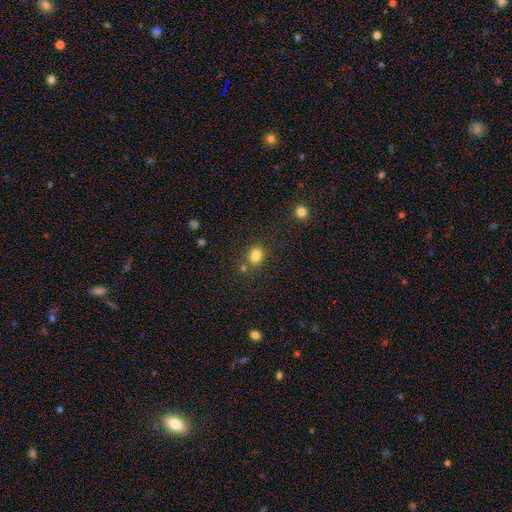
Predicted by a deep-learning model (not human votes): smooth 82%, star or artifact 12%, featured or disk 6%. Down the decision tree: how rounded — round (60%); merging — none (76%).